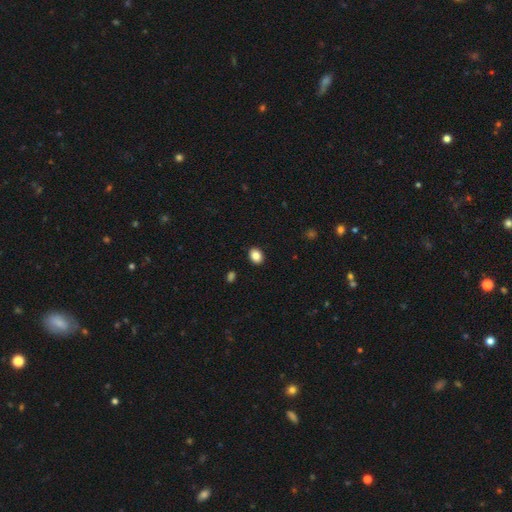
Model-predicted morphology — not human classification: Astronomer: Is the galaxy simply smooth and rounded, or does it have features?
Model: smooth — 86%.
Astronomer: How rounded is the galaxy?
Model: in between — 52% (runner-up: round, 47%).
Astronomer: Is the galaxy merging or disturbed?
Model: none — 91%.